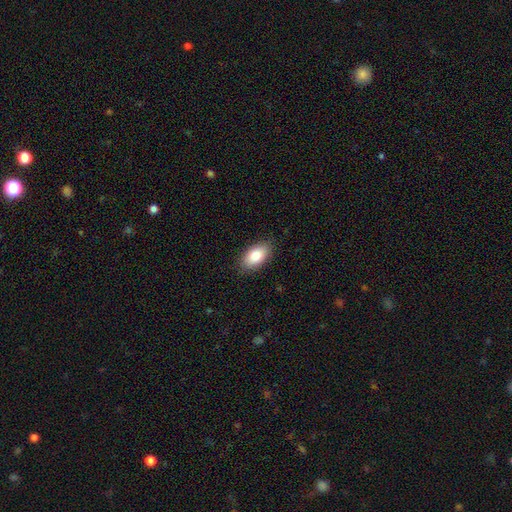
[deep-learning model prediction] Smooth or featured?
  - smooth: 84% *
  - featured or disk: 9%
  - star or artifact: 7%
How rounded?
  - in between: 94% *
  - round: 4%
  - cigar-shaped: 2%
Merging?
  - none: 87% *
  - minor disturbance: 10%
  - major disturbance: 2%
  - merger: 1%